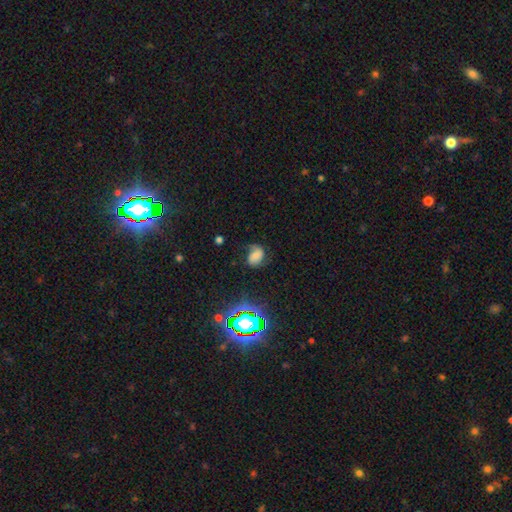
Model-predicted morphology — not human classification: smooth_or_featured: smooth (p=0.42) [tied with: featured or disk p=0.42]
merging: none (p=0.54) [alt: minor disturbance p=0.28]